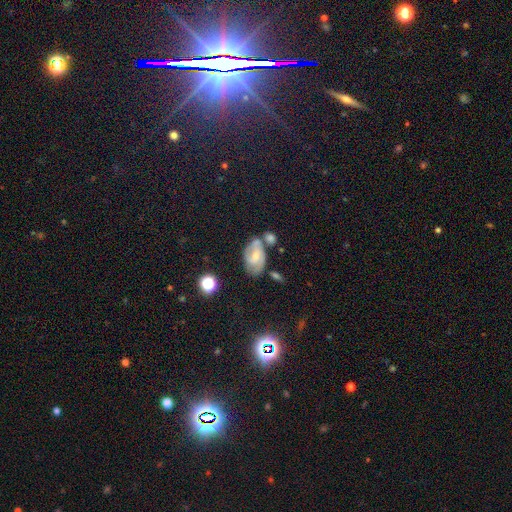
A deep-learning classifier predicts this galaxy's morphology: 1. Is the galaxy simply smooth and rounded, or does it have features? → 61% featured or disk, 30% smooth, 9% star or artifact.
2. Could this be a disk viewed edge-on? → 95% no, 5% yes.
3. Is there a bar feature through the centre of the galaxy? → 45% no, 44% weak, 11% strong.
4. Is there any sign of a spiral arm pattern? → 82% yes, 18% no.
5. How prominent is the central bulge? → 49% small, 42% moderate, 5% none, 3% large, 1% dominant.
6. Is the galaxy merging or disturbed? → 48% none, 23% merger, 21% minor disturbance, 8% major disturbance.